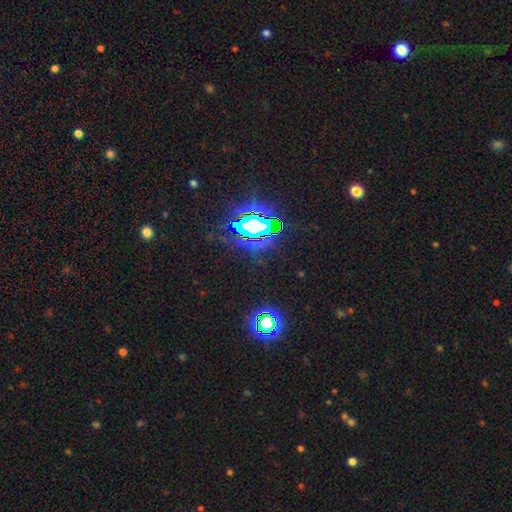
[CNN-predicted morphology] A star or artifact, not a galaxy (83%).